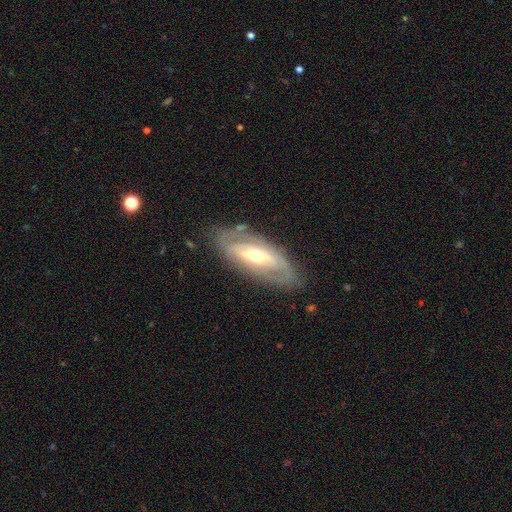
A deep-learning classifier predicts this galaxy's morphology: A featured or disk galaxy (74%) with no bar (39%), spiral arms (62%) and a moderate central bulge (64%). Merging: none (76%).